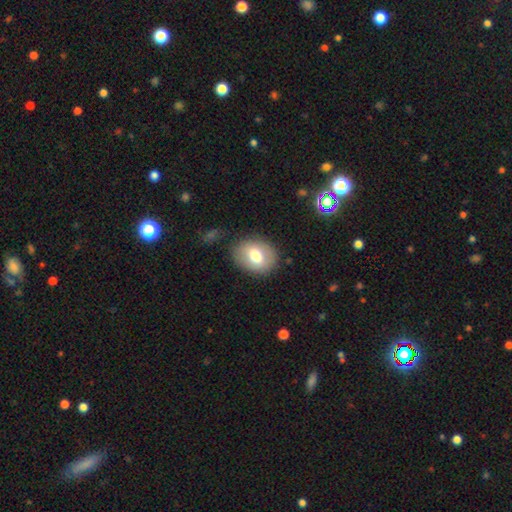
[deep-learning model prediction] Smooth or featured? Predicted: smooth (p=0.70). How rounded? Predicted: in between (p=0.57). Merging? Predicted: none (p=0.82).